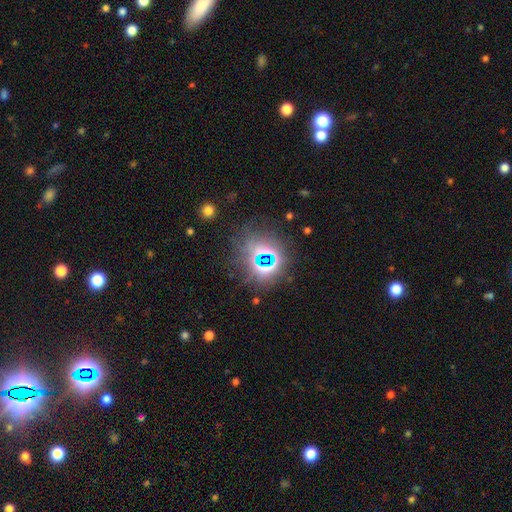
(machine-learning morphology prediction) type=star or artifact (63%).